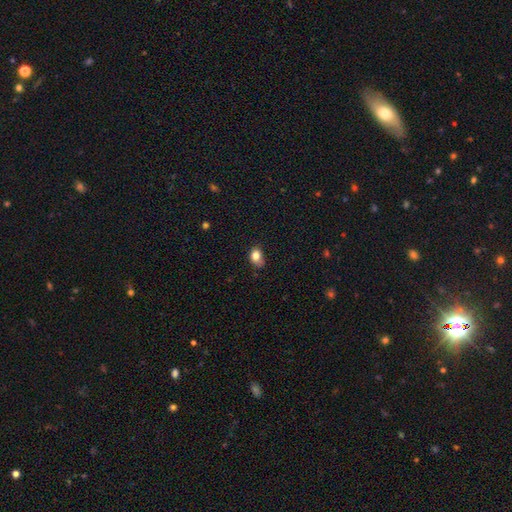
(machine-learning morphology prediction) Smooth or featured: smooth — 81% (star or artifact — 11%)
How rounded: in between — 66% (round — 33%)
Merging: none — 56% (minor disturbance — 34%)